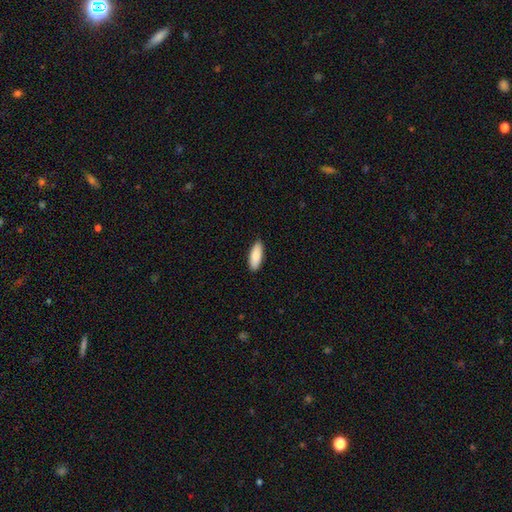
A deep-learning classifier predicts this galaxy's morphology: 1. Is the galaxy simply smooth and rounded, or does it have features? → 88% smooth, 7% featured or disk, 5% star or artifact.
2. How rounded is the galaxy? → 67% in between, 31% cigar-shaped, 2% round.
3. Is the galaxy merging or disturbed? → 88% none, 9% minor disturbance, 2% major disturbance, 1% merger.